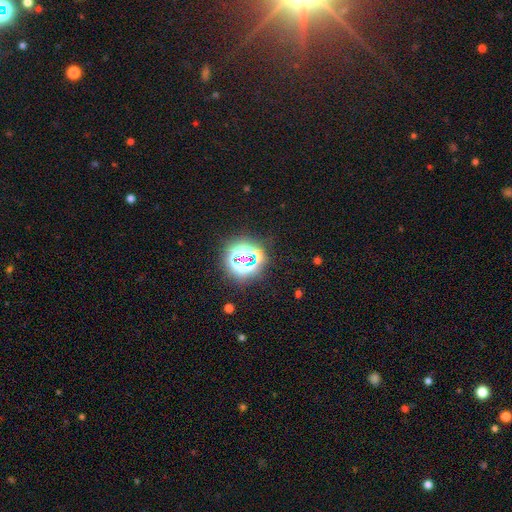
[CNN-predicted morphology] Smooth or featured? Predicted: star or artifact (p=0.70).